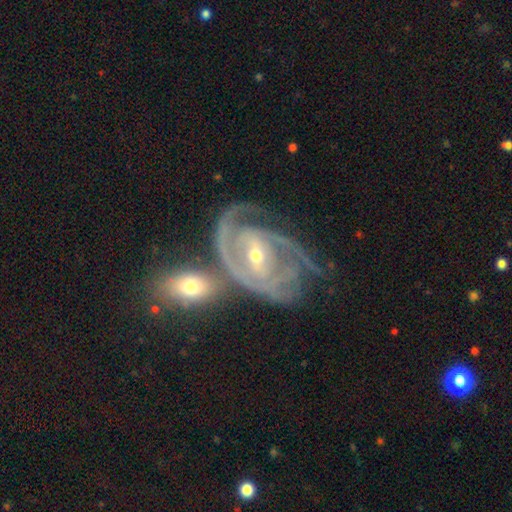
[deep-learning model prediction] Morphology: type=featured or disk (89%); edge-on=no (96%); bar=weak (42%); spiral arms=yes (97%); winding=tight (66%); arm count=2 (35%); bulge=small (59%); merging=none (45%).